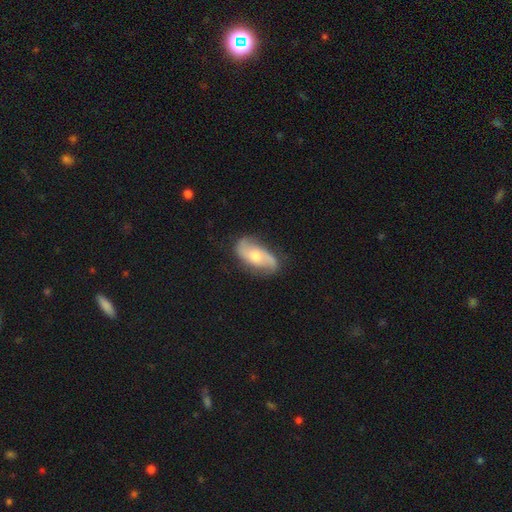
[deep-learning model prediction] smooth-or-featured: featured or disk: 74% | smooth: 18% | star or artifact: 8%
  disk-edge-on: no: 94% | yes: 6%
    bar: no: 60% | weak: 31% | strong: 9%
    has-spiral-arms: yes: 93% | no: 7%
      spiral-winding: loose: 40% (tied) | medium: 40% (tied) | tight: 21%
      spiral-arm-count: 2: 83% | can't tell: 7% | 3: 4% | 1: 2% | 4: 1% | more than 4: 1%
    bulge-size: moderate: 59% | small: 33% | large: 5% | none: 2% | dominant: 1%
  merging: none: 77% | minor disturbance: 17% | major disturbance: 5% | merger: 1%